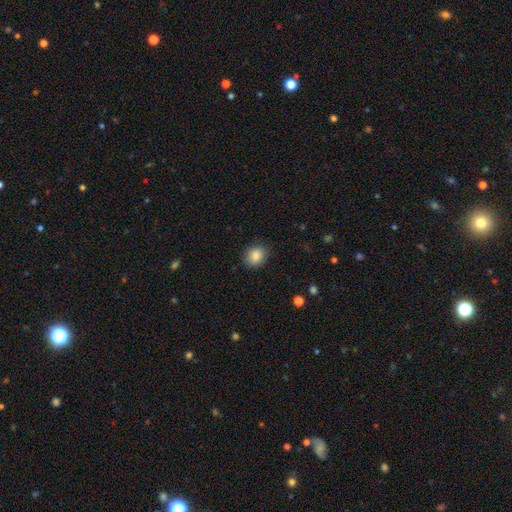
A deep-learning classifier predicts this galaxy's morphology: Smooth or featured?
  - smooth: 85% *
  - star or artifact: 9%
  - featured or disk: 6%
How rounded?
  - round: 56% *
  - in between: 43%
  - cigar-shaped: 1%
Merging?
  - none: 86% *
  - minor disturbance: 10%
  - major disturbance: 3%
  - merger: 1%